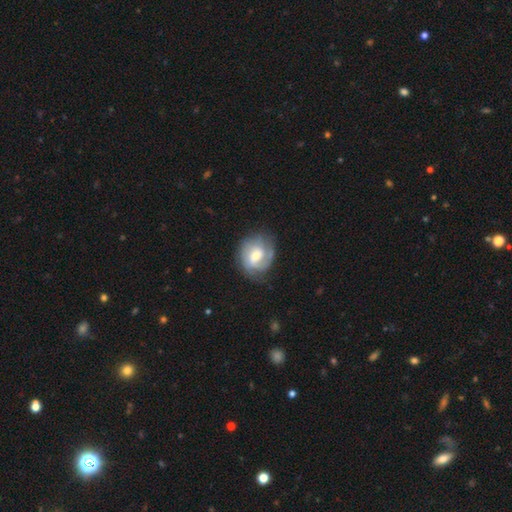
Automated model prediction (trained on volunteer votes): Smooth or featured: featured or disk — 69% (smooth — 25%)
Edge-on disk: no — 97% (yes — 3%)
Bar: weak — 48% (no — 38%)
Spiral arms: yes — 89% (no — 11%)
Spiral winding: tight — 49% (medium — 38%)
Spiral arm count: 2 — 56% (can't tell — 20%)
Bulge size: moderate — 57% (small — 33%)
Merging: none — 71% (minor disturbance — 19%)